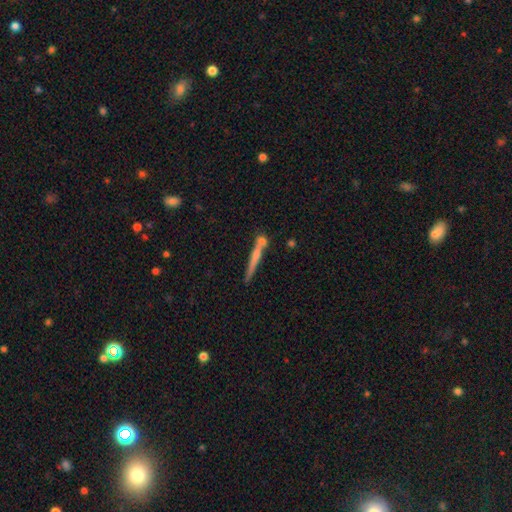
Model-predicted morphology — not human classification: Overall: smooth (51%; featured or disk 42%). How rounded: cigar-shaped (94%). Merging: none (64%).